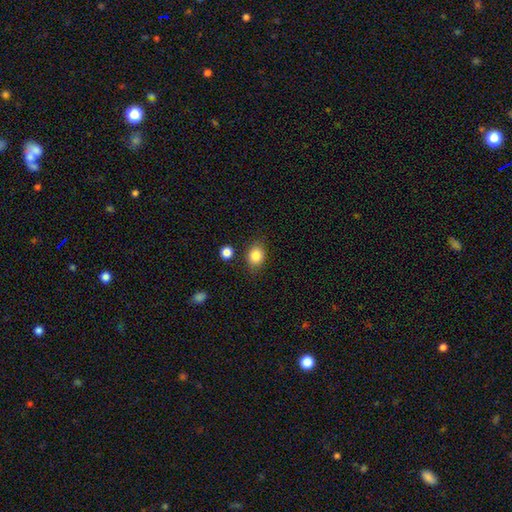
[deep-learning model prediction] Overall: smooth (84%). How rounded: round (50%; in between 49%). Merging: none (79%).